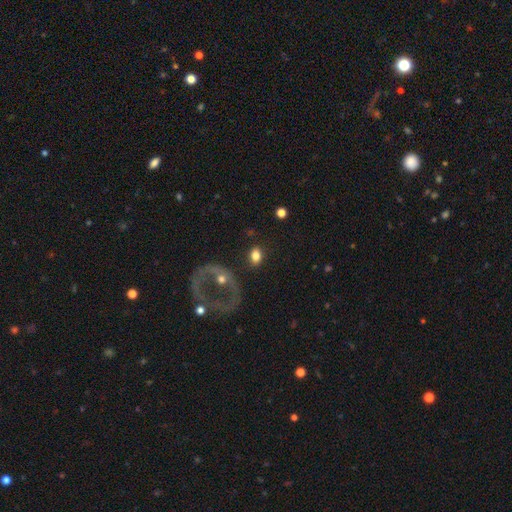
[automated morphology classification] Overall: smooth (74%). How rounded: in between (66%; round 33%). Merging: none (77%).